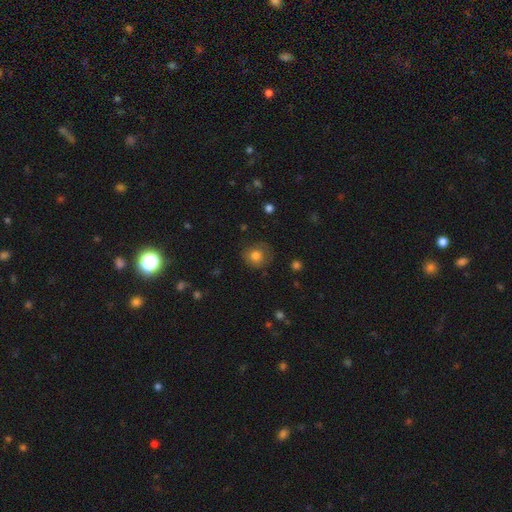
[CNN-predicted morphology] A smooth galaxy with no disk features (79%) that is round (86%).

Vote fractions:
- Smooth or featured? smooth: 79% / star or artifact: 11% / featured or disk: 9%
- How rounded? round: 86% / in between: 13% / cigar-shaped: 1%
- Merging? none: 78% / minor disturbance: 16% / major disturbance: 5% / merger: 1%